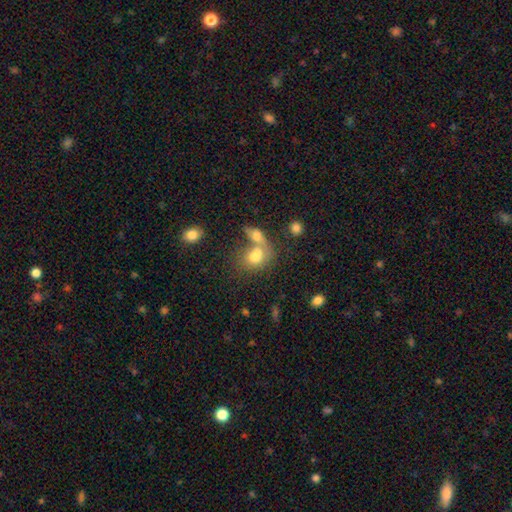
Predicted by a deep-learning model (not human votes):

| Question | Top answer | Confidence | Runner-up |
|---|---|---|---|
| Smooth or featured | smooth | 71% | featured or disk (18%) |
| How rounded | in between | 59% | round (39%) |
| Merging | merger | 55% | none (29%) |